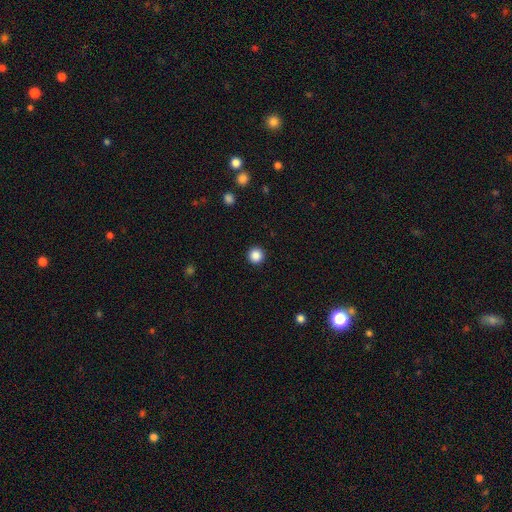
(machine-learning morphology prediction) The model was most divided on "smooth or featured": smooth: 87%, star or artifact: 10%, featured or disk: 3%. More confident: how rounded — round (96%); merging — none (93%).